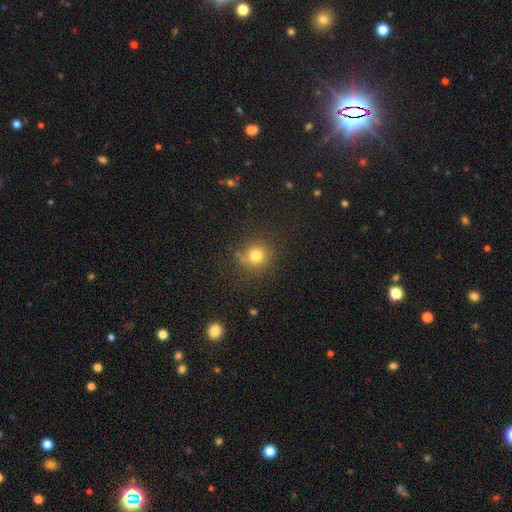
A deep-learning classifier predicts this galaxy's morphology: Smooth or featured: smooth — 78% (star or artifact — 15%)
How rounded: round — 90% (in between — 9%)
Merging: none — 81% (minor disturbance — 11%)